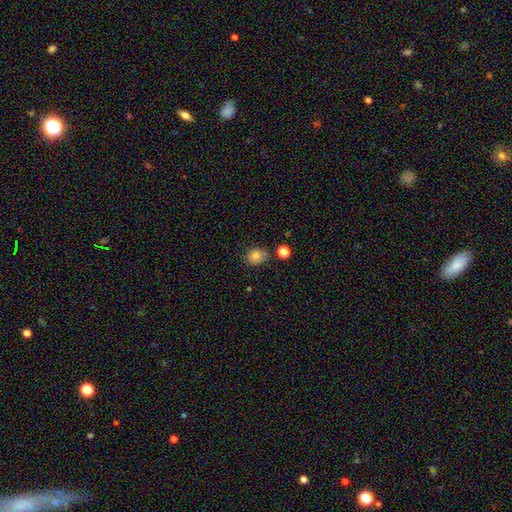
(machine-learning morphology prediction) smooth_or_featured: smooth (p=0.81) [alt: star or artifact p=0.11]
how_rounded: round (p=0.64) [alt: in between p=0.35]
merging: none (p=0.79) [alt: minor disturbance p=0.13]